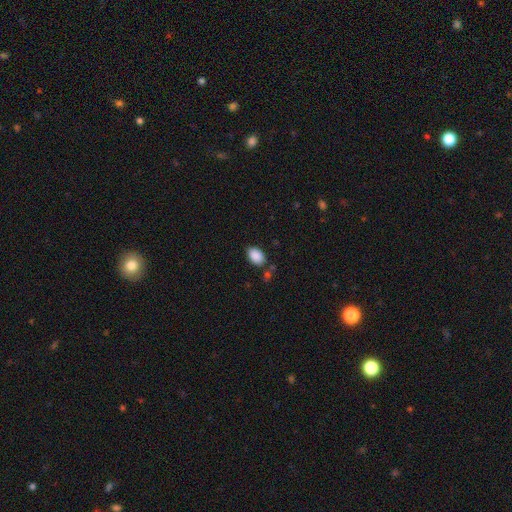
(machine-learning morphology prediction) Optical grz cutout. It shows a smooth galaxy with no disk features (89%) that is in between round and cigar-shaped (86%). Merging: none (78%).